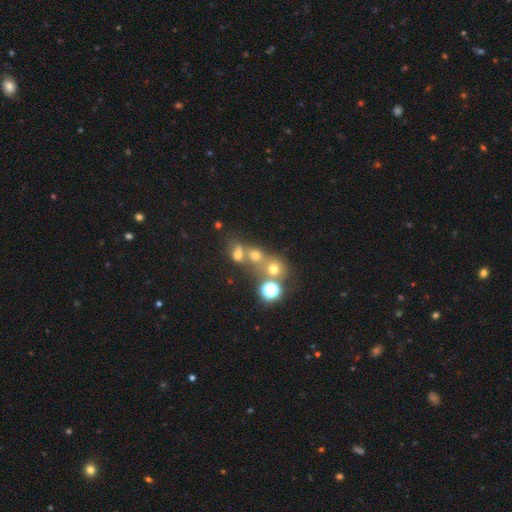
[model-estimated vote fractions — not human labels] Smooth or featured: smooth — 59% (star or artifact — 26%)
How rounded: round — 70% (in between — 28%)
Merging: merger — 46% (none — 40%)